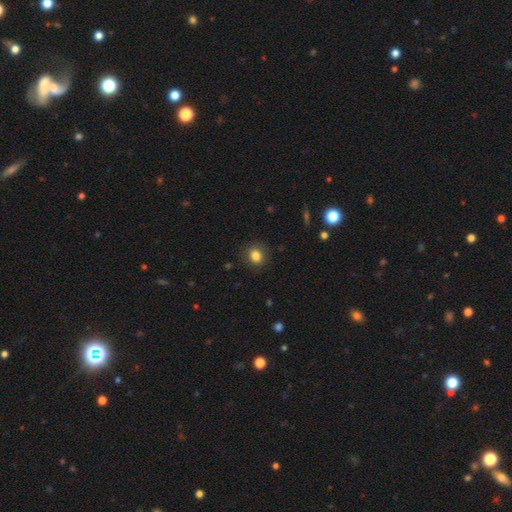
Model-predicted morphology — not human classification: Q: Smooth or featured?
A: smooth (84%); runner-up: star or artifact (11%)
Q: How rounded?
A: round (73%); runner-up: in between (26%)
Q: Merging?
A: none (88%); runner-up: minor disturbance (9%)